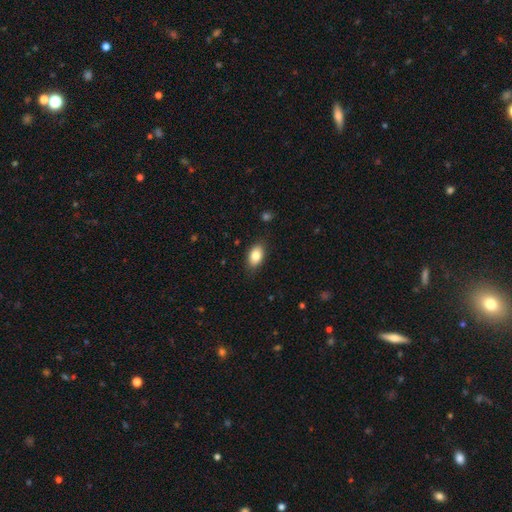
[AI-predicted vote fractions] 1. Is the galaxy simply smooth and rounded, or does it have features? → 83% smooth, 9% featured or disk, 8% star or artifact.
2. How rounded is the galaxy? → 89% in between, 10% round, 2% cigar-shaped.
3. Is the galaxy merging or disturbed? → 83% none, 13% minor disturbance, 3% major disturbance, 1% merger.